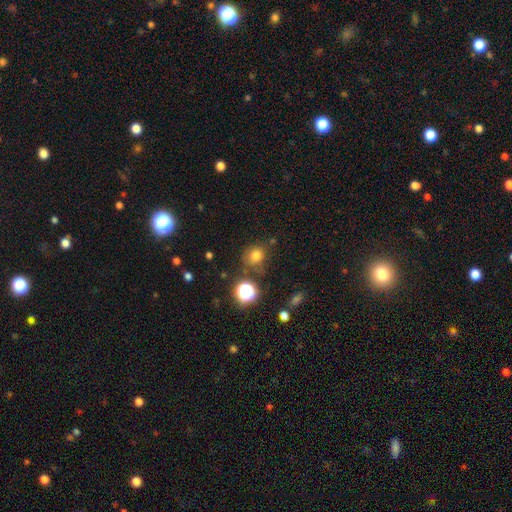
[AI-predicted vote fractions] smooth 74%, star or artifact 19%, featured or disk 7%. Down the decision tree: how rounded — round (80%); merging — none (71%).